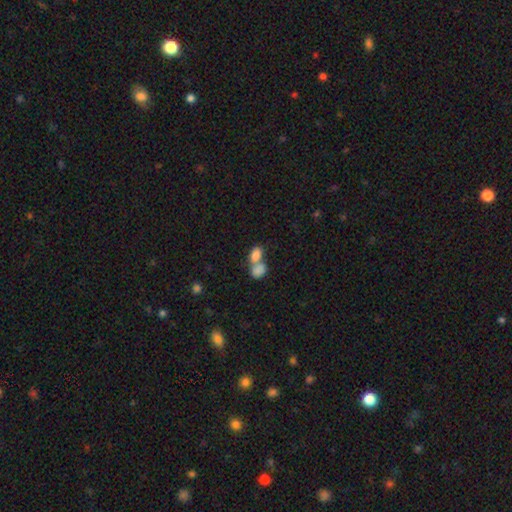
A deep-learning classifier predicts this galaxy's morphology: The model was most divided on "merging": merger: 71%, none: 20%, minor disturbance: 6%, major disturbance: 4%. More confident: how rounded — in between (86%); smooth or featured — smooth (82%).